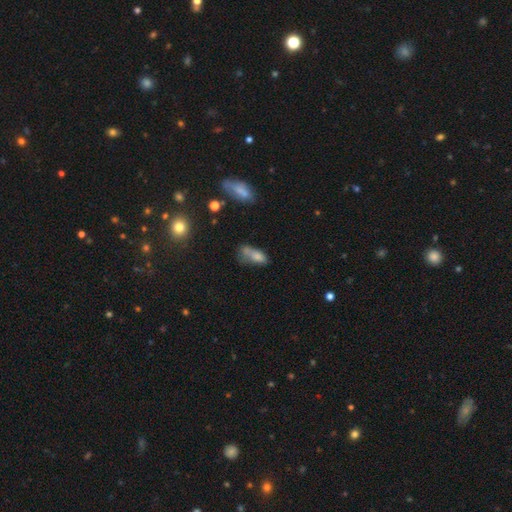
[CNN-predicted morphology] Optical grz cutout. It shows a smooth galaxy with no disk features (69%) that is in between round and cigar-shaped (79%). Merging: none (29%).